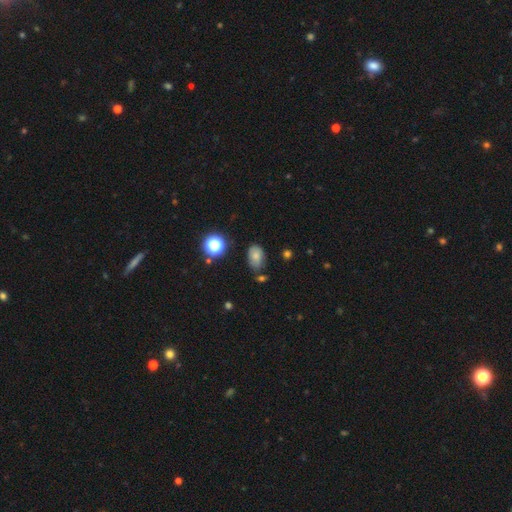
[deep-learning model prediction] Smooth or featured: smooth — 72% (star or artifact — 15%)
How rounded: in between — 84% (round — 15%)
Merging: none — 66% (minor disturbance — 23%)